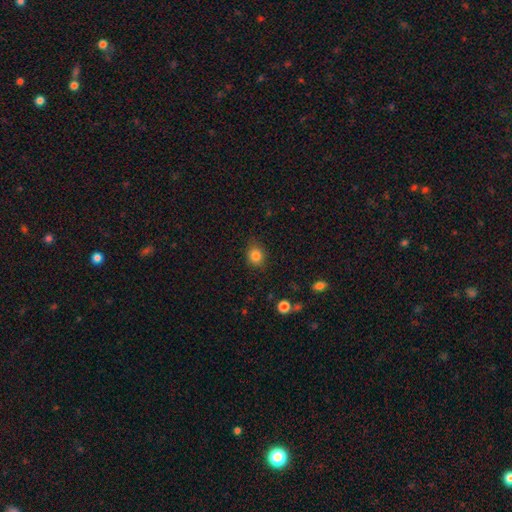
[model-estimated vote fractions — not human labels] Smooth or featured?
  - smooth: 84% *
  - star or artifact: 11%
  - featured or disk: 5%
How rounded?
  - round: 69% *
  - in between: 30%
  - cigar-shaped: 1%
Merging?
  - none: 83% *
  - minor disturbance: 13%
  - major disturbance: 3%
  - merger: 1%